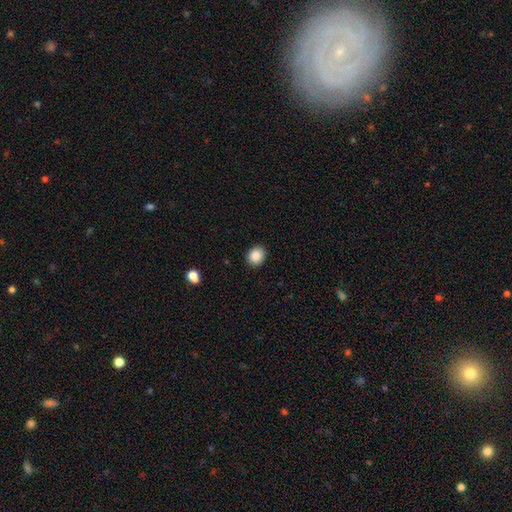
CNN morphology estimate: The model was most divided on "how rounded": round: 69%, in between: 30%, cigar-shaped: 1%. More confident: merging — none (90%); smooth or featured — smooth (88%).